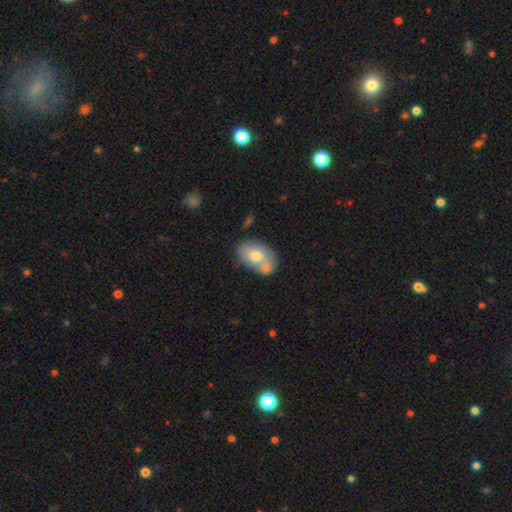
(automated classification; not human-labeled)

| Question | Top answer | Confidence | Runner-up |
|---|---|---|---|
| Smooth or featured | smooth | 66% | featured or disk (27%) |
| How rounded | in between | 84% | round (14%) |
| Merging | none | 41% | merger (37%) |